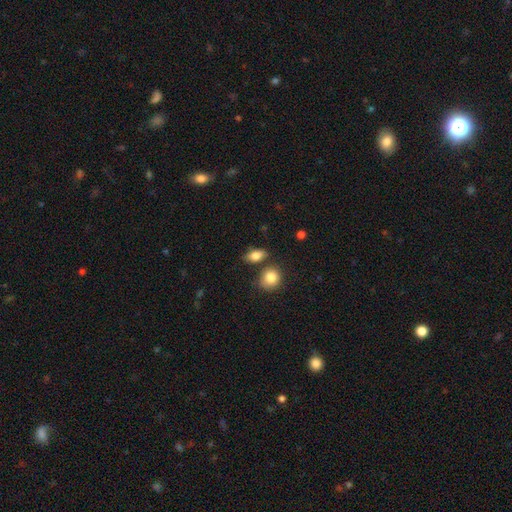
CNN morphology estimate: The model was most divided on "merging": none: 72%, minor disturbance: 14%, merger: 10%, major disturbance: 4%. More confident: smooth or featured — smooth (81%); how rounded — in between (80%).